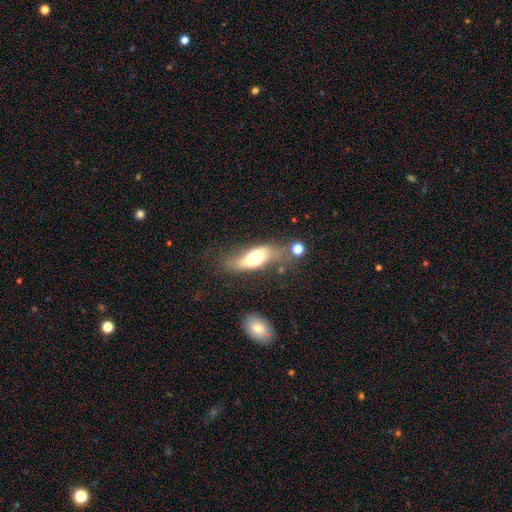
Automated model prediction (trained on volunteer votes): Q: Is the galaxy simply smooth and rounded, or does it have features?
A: smooth — 50%.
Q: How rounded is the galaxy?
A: in between — 61%.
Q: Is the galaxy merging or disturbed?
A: none — 44%.